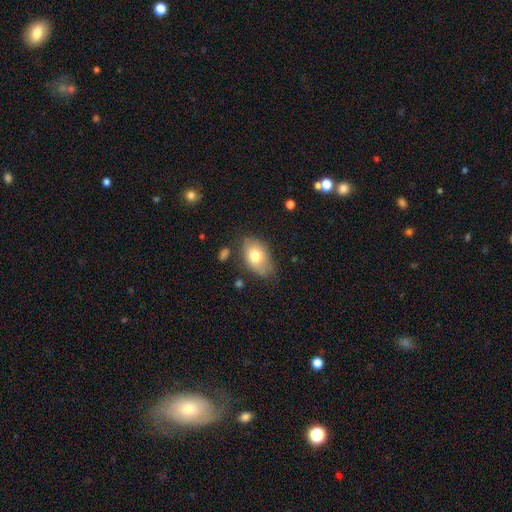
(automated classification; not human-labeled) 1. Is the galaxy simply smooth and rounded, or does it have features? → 73% smooth, 20% featured or disk, 7% star or artifact.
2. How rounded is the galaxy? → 89% in between, 9% round, 1% cigar-shaped.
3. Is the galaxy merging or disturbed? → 70% none, 22% minor disturbance, 5% major disturbance, 3% merger.